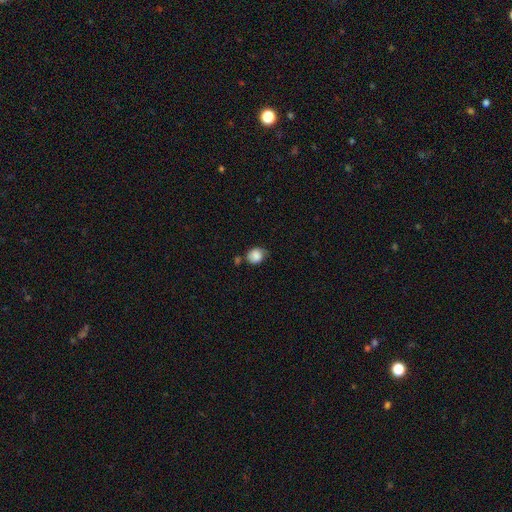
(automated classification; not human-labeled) Smooth or featured? smooth (83%)
How rounded? round (68%)
Merging? none (51%)